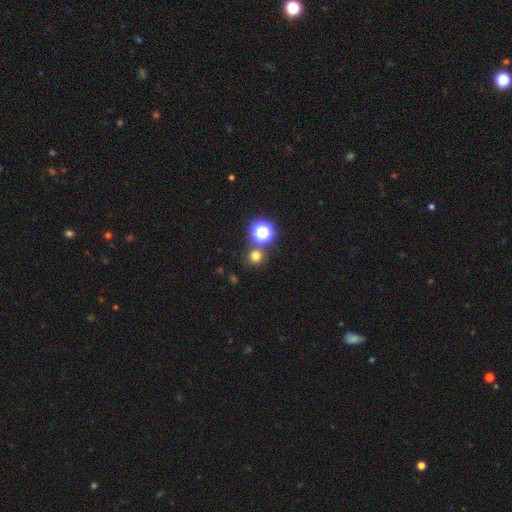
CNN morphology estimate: type=smooth (70%); roundness=round (93%); merging=none (79%).